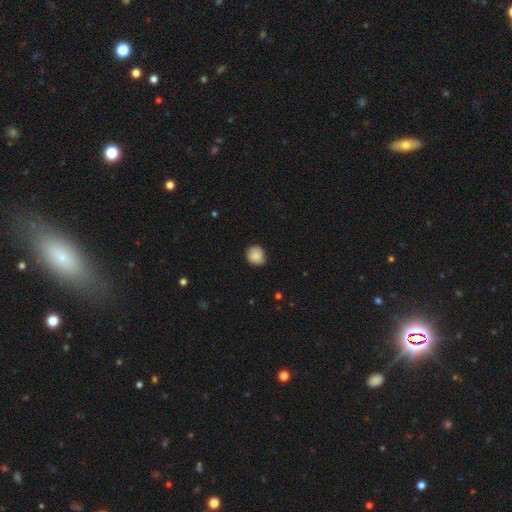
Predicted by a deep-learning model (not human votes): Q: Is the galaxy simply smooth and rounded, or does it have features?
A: smooth — 85%.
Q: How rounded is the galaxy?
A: round — 86%.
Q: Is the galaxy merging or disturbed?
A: none — 79%.